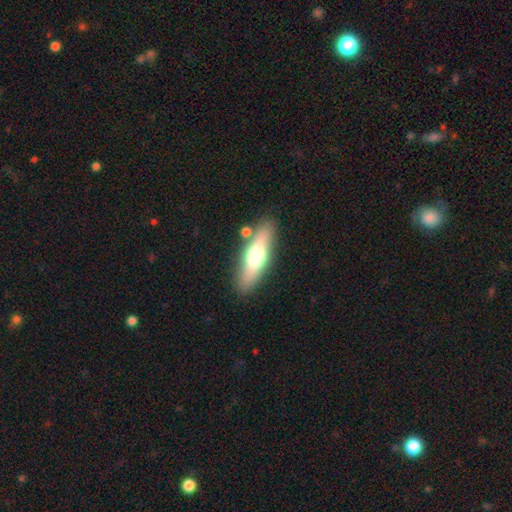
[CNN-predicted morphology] type=smooth (54%); roundness=cigar-shaped (55%); merging=none (81%).